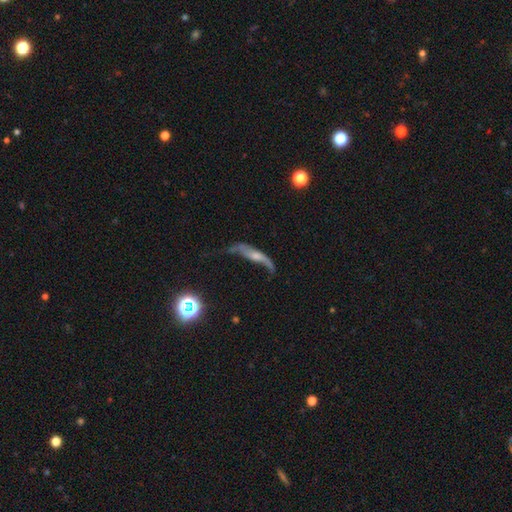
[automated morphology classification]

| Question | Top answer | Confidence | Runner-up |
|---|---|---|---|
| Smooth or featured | featured or disk | 62% | smooth (25%) |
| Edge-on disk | no | 54% | yes (46%) |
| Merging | major disturbance | 35% | none (34%) |